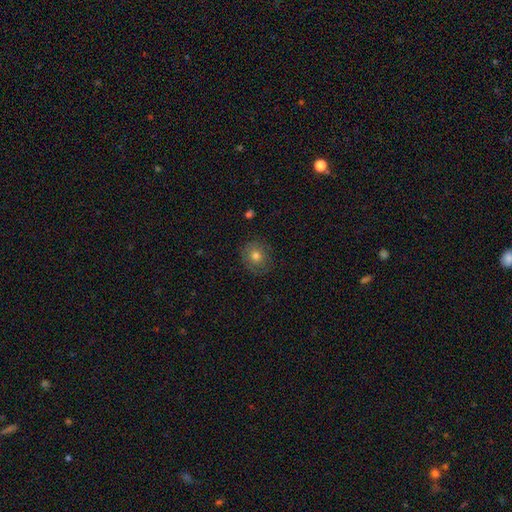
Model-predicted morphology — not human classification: Smooth or featured?
  - smooth: 70% *
  - featured or disk: 18%
  - star or artifact: 12%
How rounded?
  - round: 83% *
  - in between: 16%
  - cigar-shaped: 1%
Merging?
  - none: 82% *
  - minor disturbance: 13%
  - major disturbance: 4%
  - merger: 1%